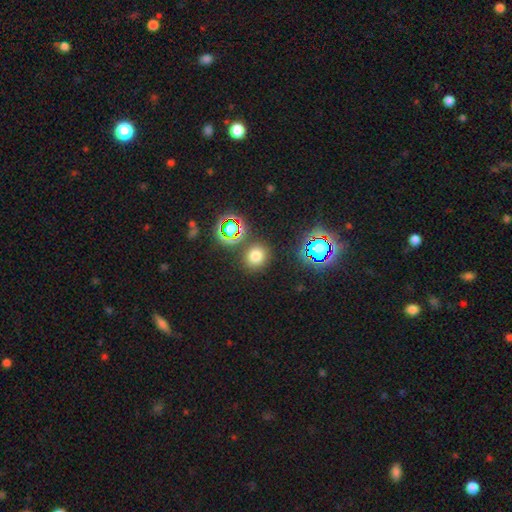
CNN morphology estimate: Smooth or featured: smooth — 71% (star or artifact — 23%)
How rounded: round — 83% (in between — 16%)
Merging: none — 84% (minor disturbance — 8%)